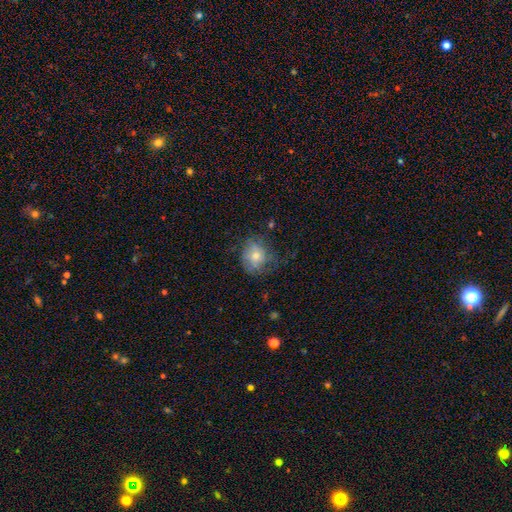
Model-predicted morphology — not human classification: Smooth or featured? smooth (57%)
How rounded? round (64%)
Merging? none (54%)